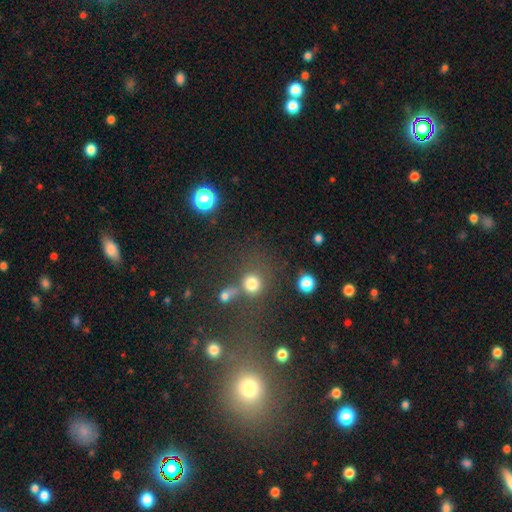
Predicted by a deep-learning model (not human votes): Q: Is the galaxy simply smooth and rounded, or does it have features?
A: star or artifact — 50%.